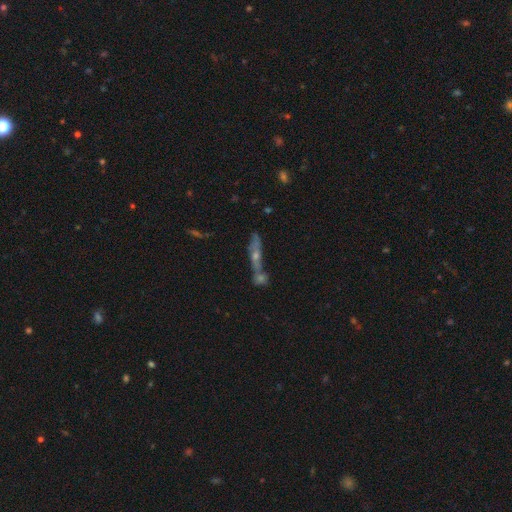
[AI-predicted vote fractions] This appears to be a featured or disk galaxy (53%) viewed edge-on (58%). Merging: merger (46%).